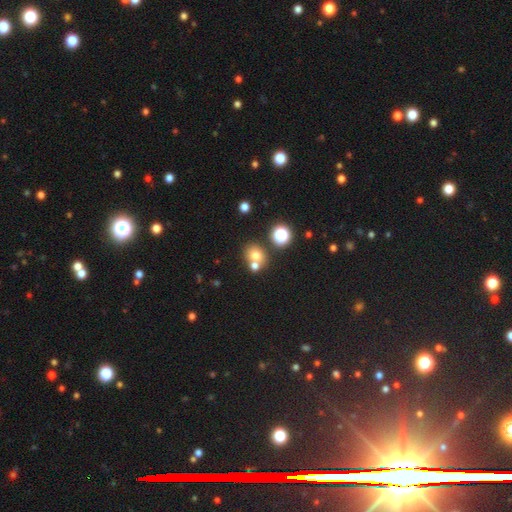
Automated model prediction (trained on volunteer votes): smooth_or_featured: smooth (p=0.69) [alt: star or artifact p=0.17]
how_rounded: round (p=0.72) [alt: in between p=0.27]
merging: none (p=0.49) [alt: merger p=0.40]